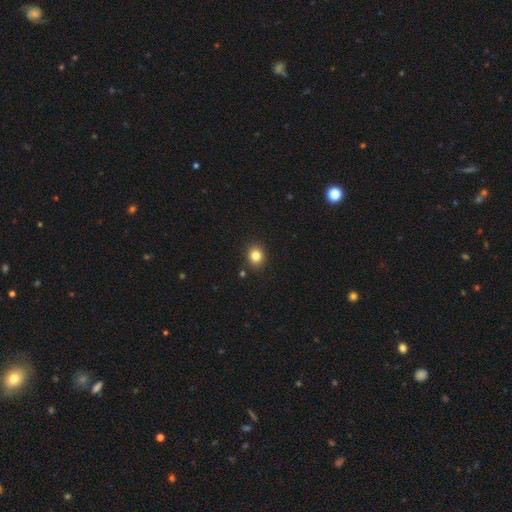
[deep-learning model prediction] This is clearly a smooth galaxy (83%). How rounded: likely round (76%). Merging: clearly none (89%).